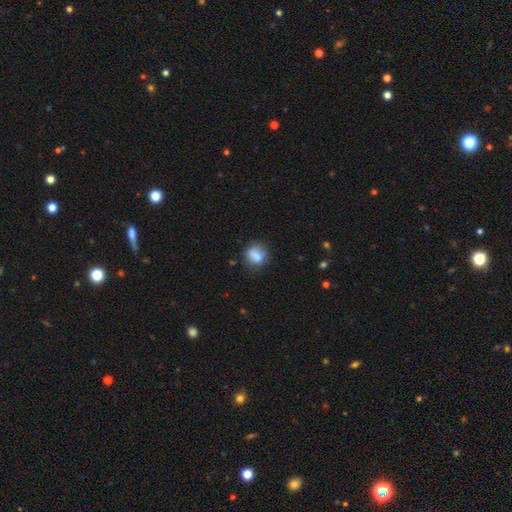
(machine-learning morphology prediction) A smooth galaxy with no disk features (79%) that is round (58%).

Vote fractions:
- Smooth or featured? smooth: 79% / featured or disk: 12% / star or artifact: 9%
- How rounded? round: 58% / in between: 39% / cigar-shaped: 3%
- Merging? none: 67% / minor disturbance: 21% / major disturbance: 6% / merger: 5%